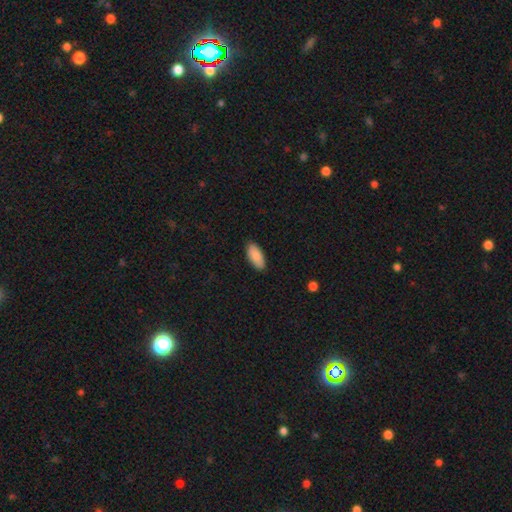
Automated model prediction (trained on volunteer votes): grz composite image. It shows a smooth galaxy with no disk features (89%) that is in between round and cigar-shaped (89%). Merging: none (88%).